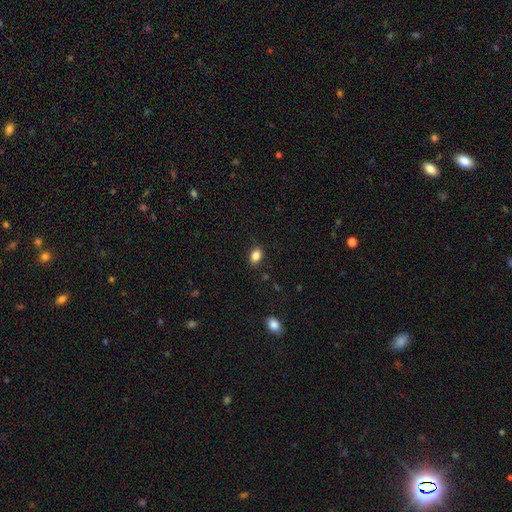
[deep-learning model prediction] smooth 86%, star or artifact 9%, featured or disk 5%. Down the decision tree: how rounded — in between (82%); merging — none (86%).